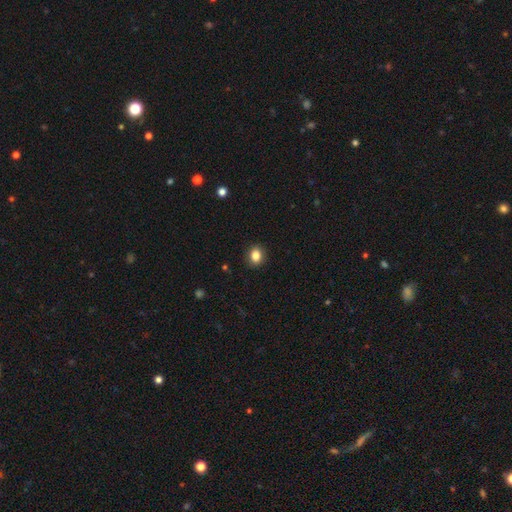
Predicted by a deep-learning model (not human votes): This appears to be a smooth galaxy with no disk features (86%) that is round (51%). Merging: none (89%).